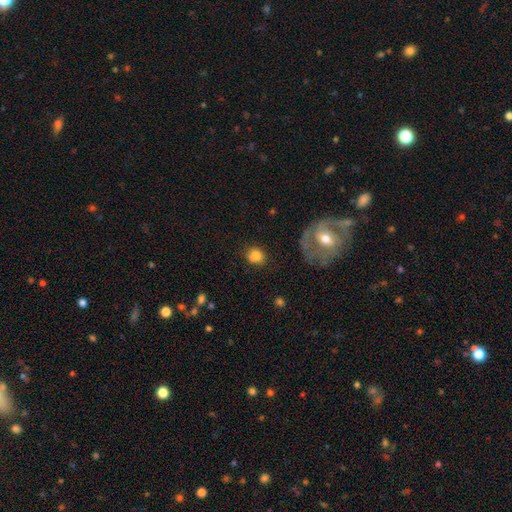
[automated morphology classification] Overall: smooth (80%). How rounded: round (71%). Merging: none (73%).